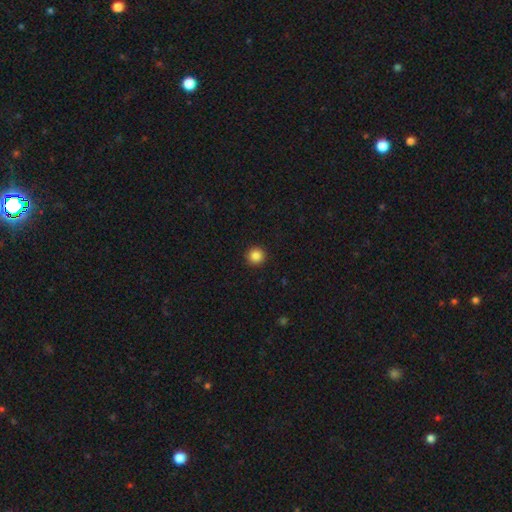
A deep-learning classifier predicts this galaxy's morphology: Overall: smooth (86%). How rounded: round (95%). Merging: none (93%).